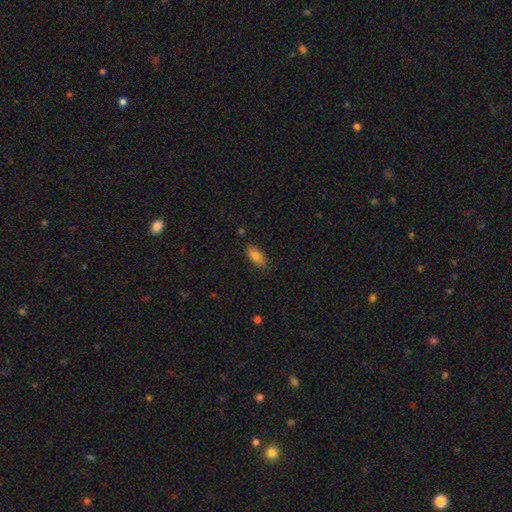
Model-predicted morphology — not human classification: A smooth galaxy with no disk features (80%) that is in between round and cigar-shaped (83%).

Vote fractions:
- Smooth or featured? smooth: 80% / featured or disk: 12% / star or artifact: 8%
- How rounded? in between: 83% / cigar-shaped: 15% / round: 3%
- Merging? none: 80% / minor disturbance: 16% / major disturbance: 3% / merger: 2%